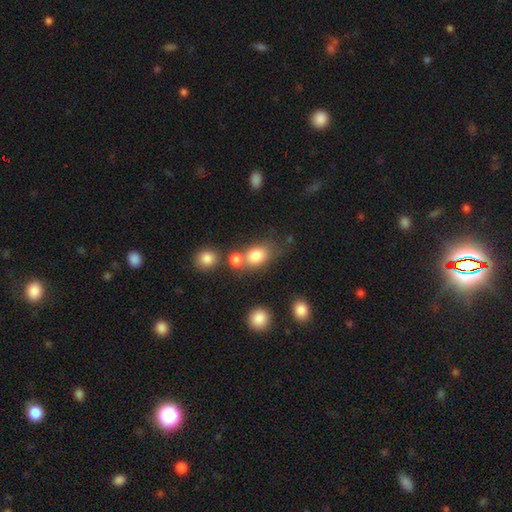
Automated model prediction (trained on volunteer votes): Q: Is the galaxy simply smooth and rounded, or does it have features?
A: smooth — 81%.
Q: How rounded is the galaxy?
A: in between — 59%.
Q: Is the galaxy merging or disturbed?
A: none — 48%.